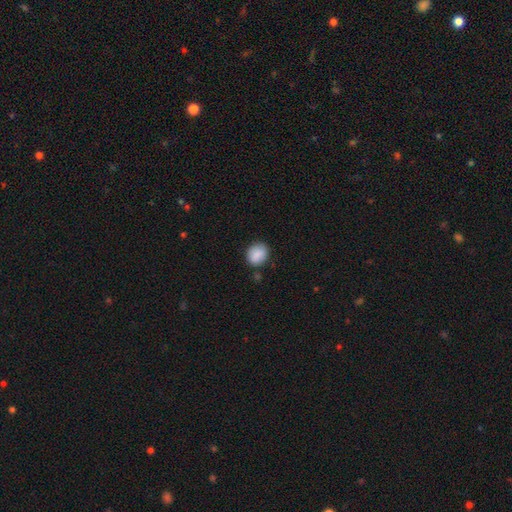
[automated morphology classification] A smooth galaxy with no disk features (87%) that is round (58%). Merging: none (81%).